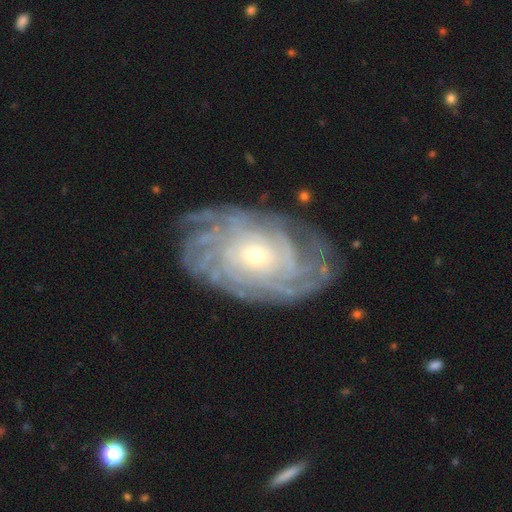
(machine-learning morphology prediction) Q: Smooth or featured?
A: featured or disk (87%); runner-up: smooth (7%)
Q: Edge-on disk?
A: no (96%); runner-up: yes (4%)
Q: Bar?
A: no (78%); runner-up: weak (16%)
Q: Spiral arms?
A: yes (95%); runner-up: no (5%)
Q: Spiral winding?
A: tight (80%); runner-up: medium (15%)
Q: Spiral arm count?
A: more than 4 (33%); runner-up: can't tell (31%)
Q: Bulge size?
A: small (68%); runner-up: moderate (29%)
Q: Merging?
A: none (79%); runner-up: minor disturbance (14%)